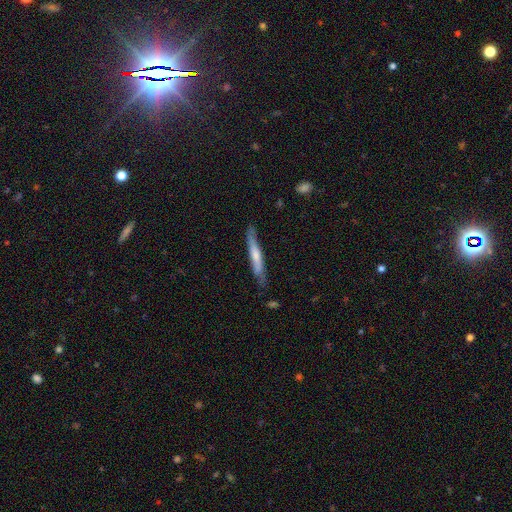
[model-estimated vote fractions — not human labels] smooth 51%, featured or disk 44%, star or artifact 5%. Down the decision tree: how rounded — cigar-shaped (94%); merging — none (73%).